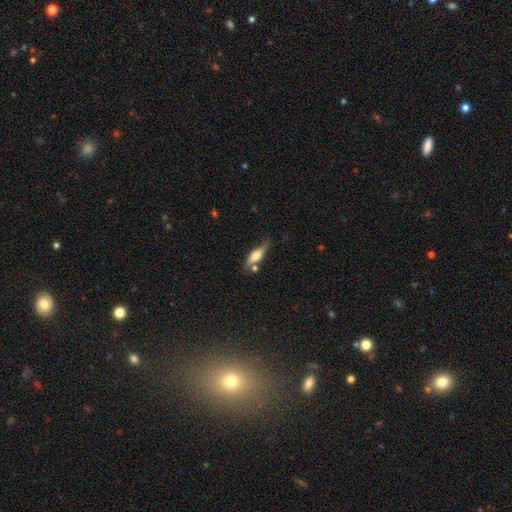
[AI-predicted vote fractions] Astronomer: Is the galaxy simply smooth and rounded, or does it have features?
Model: smooth — 55% (runner-up: featured or disk, 37%).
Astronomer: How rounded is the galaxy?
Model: cigar-shaped — 50% (runner-up: in between, 46%).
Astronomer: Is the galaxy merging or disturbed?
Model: none — 55%.